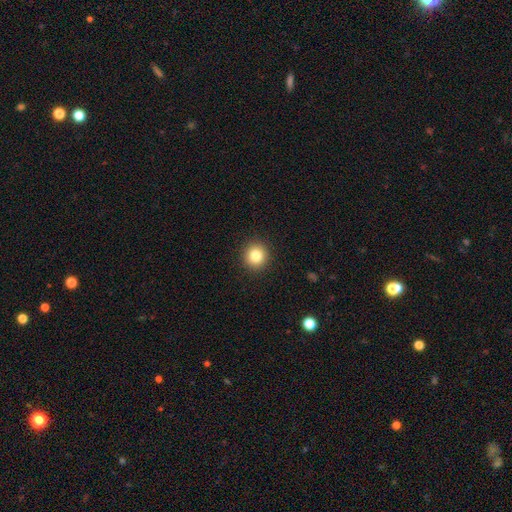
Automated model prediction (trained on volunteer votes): Morphology: type=smooth (83%); roundness=round (93%); merging=none (93%).